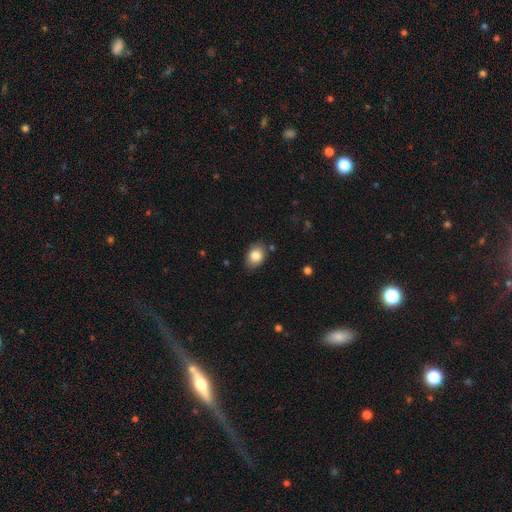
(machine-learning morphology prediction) Smooth or featured? Predicted: smooth (p=0.84). How rounded? Predicted: in between (p=0.72). Merging? Predicted: none (p=0.82).